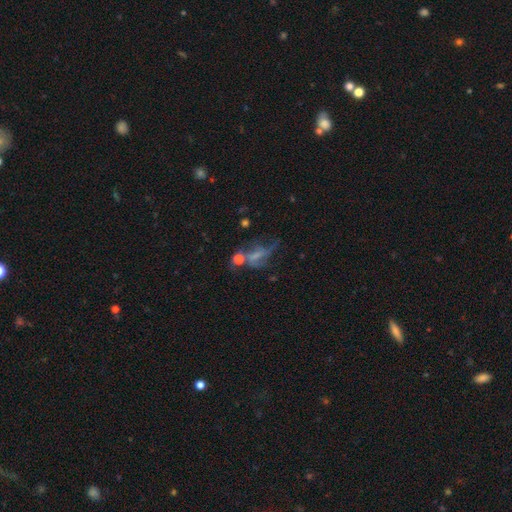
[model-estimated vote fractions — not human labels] Smooth or featured? Predicted: featured or disk (p=0.48). Merging? Predicted: major disturbance (p=0.36).